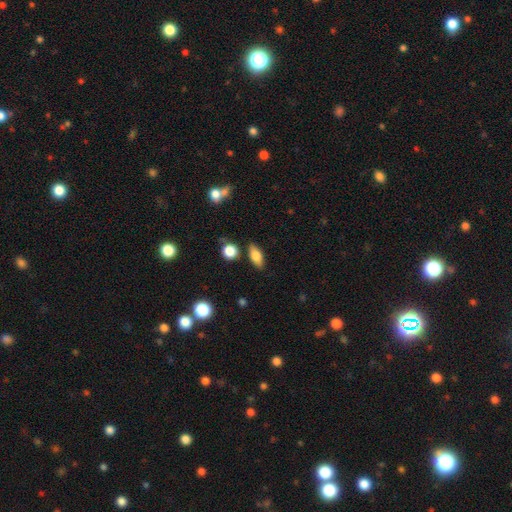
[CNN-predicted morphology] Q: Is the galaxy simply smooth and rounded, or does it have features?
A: smooth — 78%.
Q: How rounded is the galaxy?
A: in between — 79%.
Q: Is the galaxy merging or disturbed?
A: none — 81%.